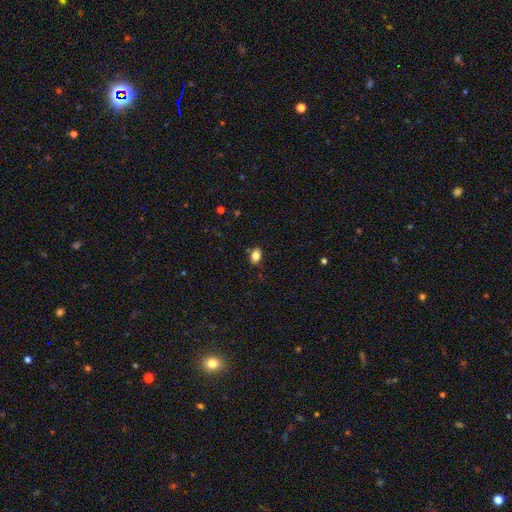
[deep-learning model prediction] Overall: smooth (83%). How rounded: in between (85%). Merging: none (83%).